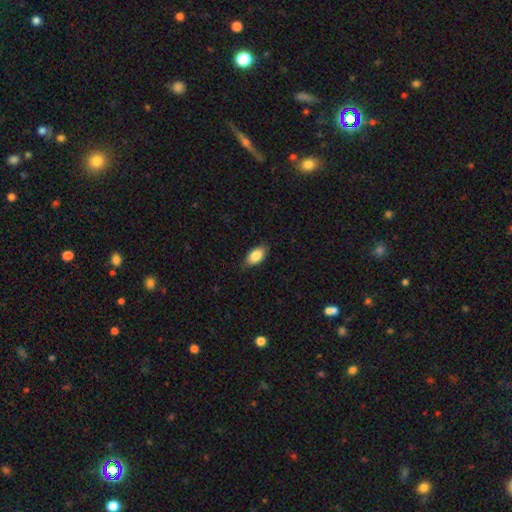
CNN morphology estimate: Smooth or featured? Predicted: smooth (p=0.84). How rounded? Predicted: in between (p=0.91). Merging? Predicted: none (p=0.79).